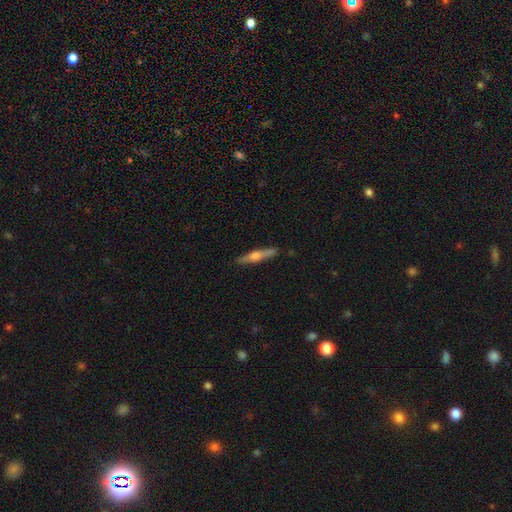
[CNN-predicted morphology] smooth-or-featured: featured or disk: 55% | smooth: 39% | star or artifact: 6%
  disk-edge-on: yes: 96% | no: 4%
    edge-on-bulge: rounded: 85% | boxy: 9% | none: 7%
  merging: none: 88% | minor disturbance: 9% | major disturbance: 2% | merger: 1%